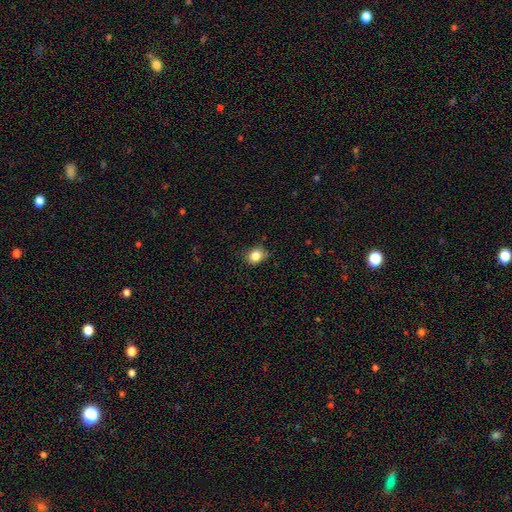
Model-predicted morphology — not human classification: The model was most divided on "how rounded": round: 58%, in between: 41%, cigar-shaped: 1%. More confident: smooth or featured — smooth (84%); merging — none (74%).